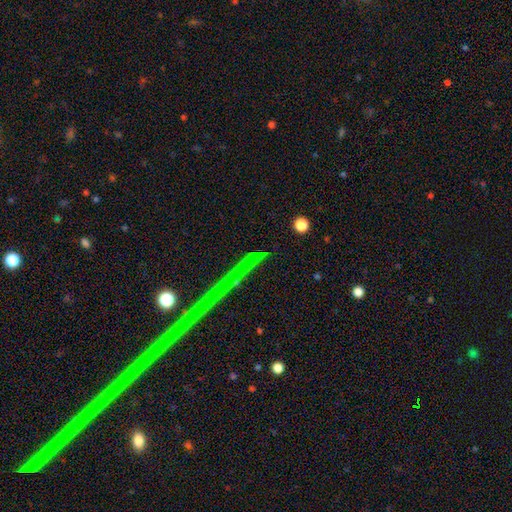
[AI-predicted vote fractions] Smooth or featured? star or artifact (65%)